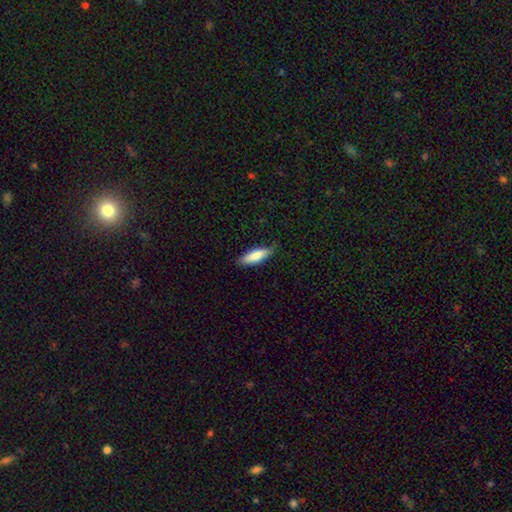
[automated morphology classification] This appears to be a smooth galaxy with no disk features (80%) that is in between round and cigar-shaped (52%). Merging: none (78%).